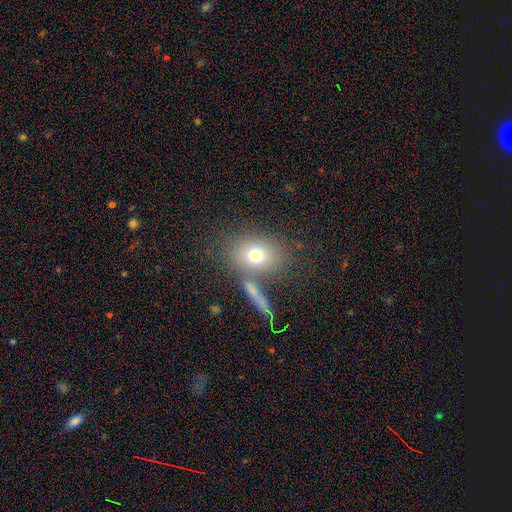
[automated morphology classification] Smooth or featured?
  - smooth: 72% *
  - featured or disk: 16%
  - star or artifact: 12%
How rounded?
  - in between: 56% *
  - round: 41%
  - cigar-shaped: 3%
Merging?
  - none: 67% *
  - merger: 14%
  - minor disturbance: 12%
  - major disturbance: 7%